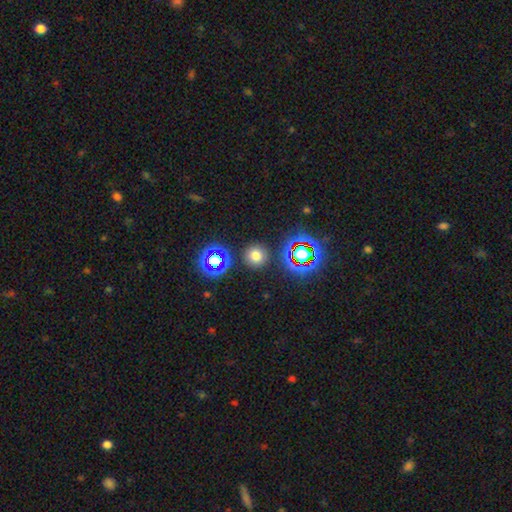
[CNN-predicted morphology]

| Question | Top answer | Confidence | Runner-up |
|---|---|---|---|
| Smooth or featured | smooth | 69% | star or artifact (24%) |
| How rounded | round | 94% | in between (5%) |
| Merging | none | 89% | minor disturbance (6%) |